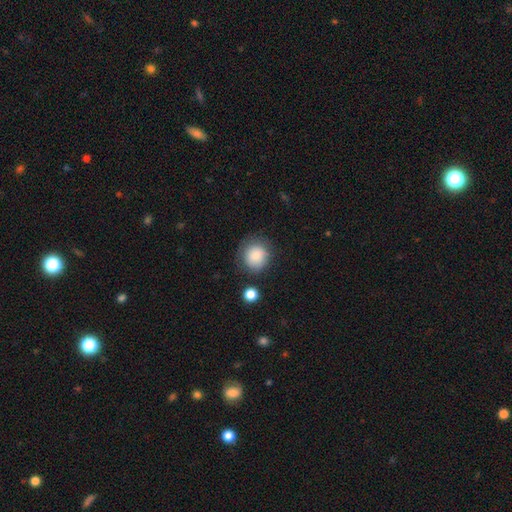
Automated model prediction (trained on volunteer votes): Smooth or featured?
  - smooth: 85% *
  - star or artifact: 8%
  - featured or disk: 7%
How rounded?
  - round: 85% *
  - in between: 14%
  - cigar-shaped: 1%
Merging?
  - none: 74% *
  - minor disturbance: 17%
  - major disturbance: 5%
  - merger: 4%